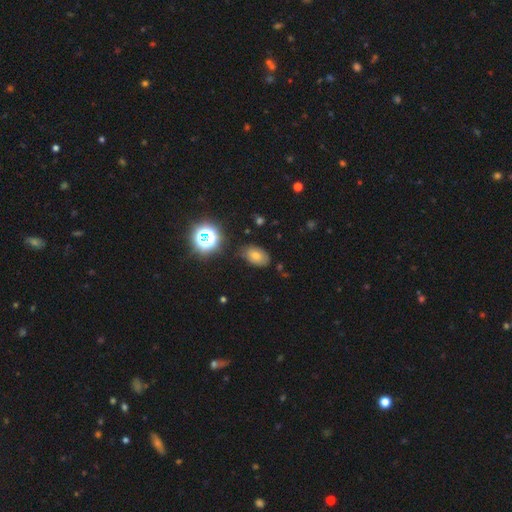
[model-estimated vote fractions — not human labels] Q: Smooth or featured?
A: smooth (66%); runner-up: star or artifact (19%)
Q: How rounded?
A: in between (85%); runner-up: round (14%)
Q: Merging?
A: none (76%); runner-up: minor disturbance (17%)